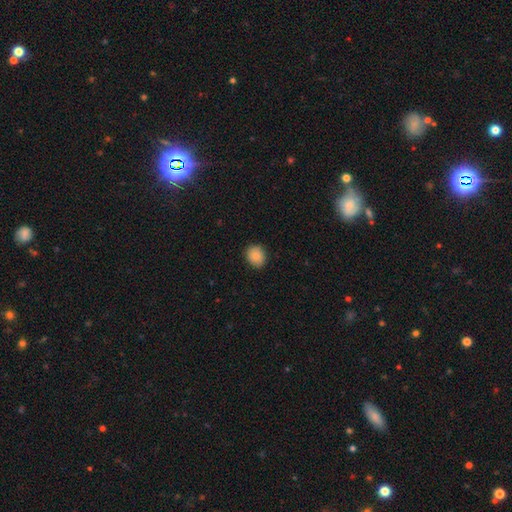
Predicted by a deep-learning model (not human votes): smooth_or_featured: smooth (p=0.84) [alt: star or artifact p=0.08]
how_rounded: round (p=0.61) [alt: in between p=0.38]
merging: none (p=0.88) [alt: minor disturbance p=0.10]